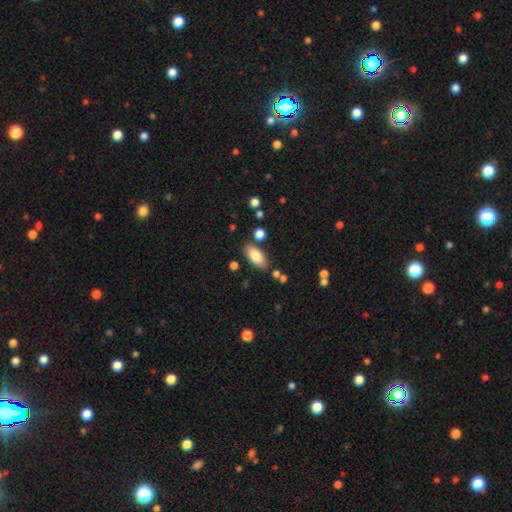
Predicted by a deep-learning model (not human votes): Smooth or featured? Predicted: smooth (p=0.80). How rounded? Predicted: in between (p=0.89). Merging? Predicted: none (p=0.81).